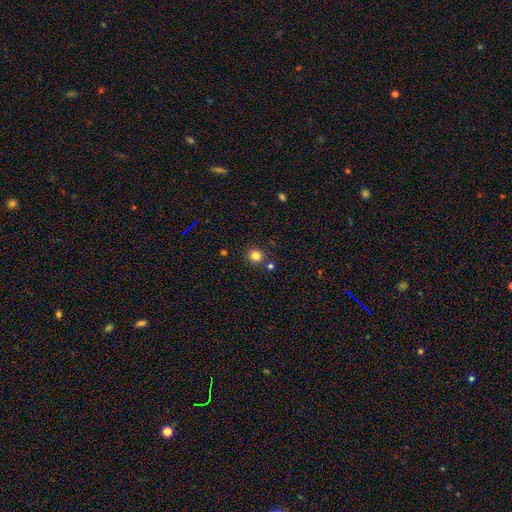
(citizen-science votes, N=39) Morphology: type=smooth (77%); roundness=round (97%); merging=none (74%).